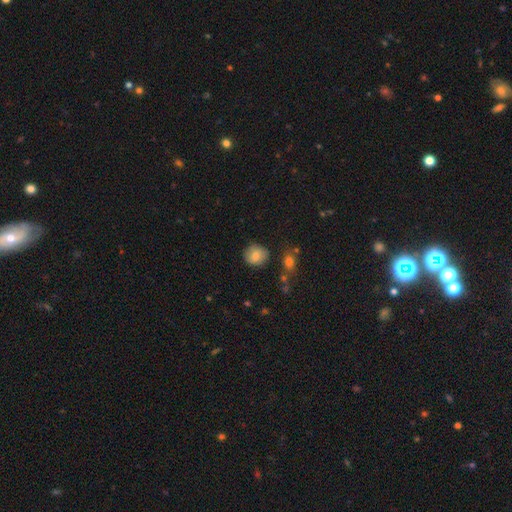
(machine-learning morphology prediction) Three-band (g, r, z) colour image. It shows a smooth galaxy with no disk features (82%) that is round (84%). Merging: none (80%).